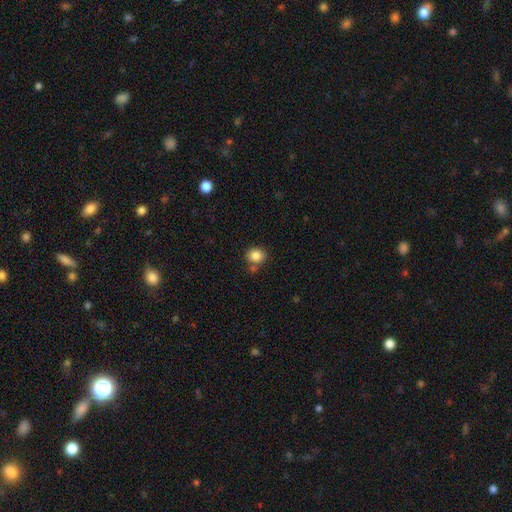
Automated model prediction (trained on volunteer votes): This is clearly a smooth galaxy (85%). How rounded: clearly round (81%). Merging: likely none (73%).